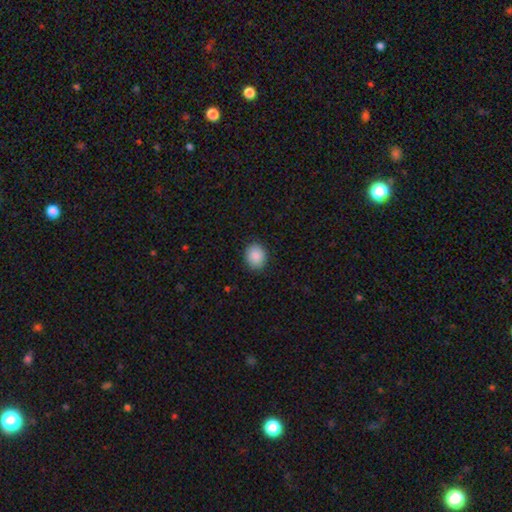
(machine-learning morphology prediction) smooth-or-featured: smooth: 89% | star or artifact: 8% | featured or disk: 3%
  how-rounded: round: 65% | in between: 35% | cigar-shaped: 1%
  merging: none: 89% | minor disturbance: 8% | major disturbance: 2% | merger: 1%